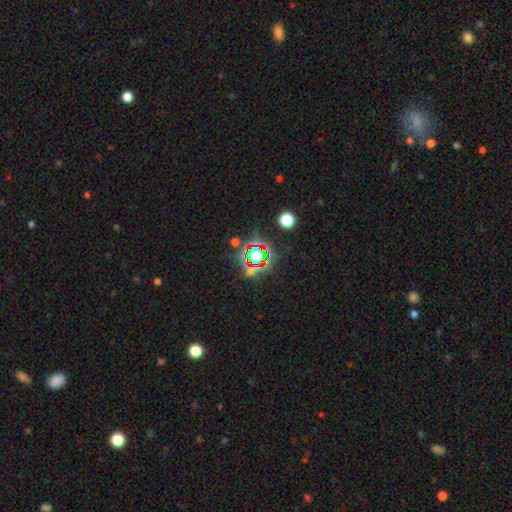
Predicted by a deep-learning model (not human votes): Smooth or featured?
  - star or artifact: 71% *
  - smooth: 18%
  - featured or disk: 11%